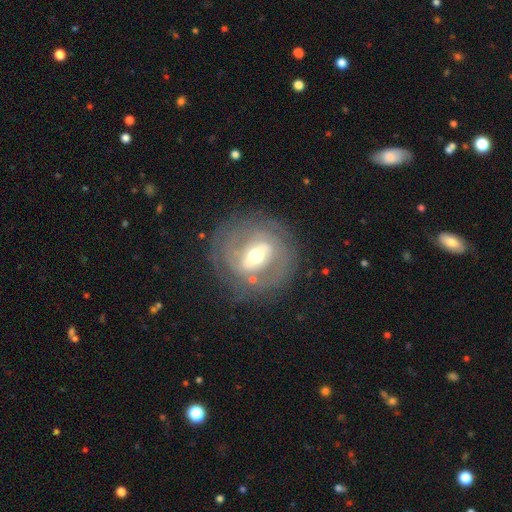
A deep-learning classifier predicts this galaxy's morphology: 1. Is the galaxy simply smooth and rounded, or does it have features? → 82% featured or disk, 13% smooth, 6% star or artifact.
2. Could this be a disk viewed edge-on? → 94% no, 6% yes.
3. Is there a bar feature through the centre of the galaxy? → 53% strong, 34% weak, 12% no.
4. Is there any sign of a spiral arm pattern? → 81% yes, 19% no.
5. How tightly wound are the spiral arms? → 66% tight, 25% medium, 9% loose.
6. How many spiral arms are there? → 42% 2, 32% can't tell, 12% 3, 5% 4, 5% 1, 4% more than 4.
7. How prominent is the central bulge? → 68% moderate, 18% small, 12% large, 1% dominant, 1% none.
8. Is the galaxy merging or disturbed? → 79% none, 13% minor disturbance, 7% major disturbance, 2% merger.